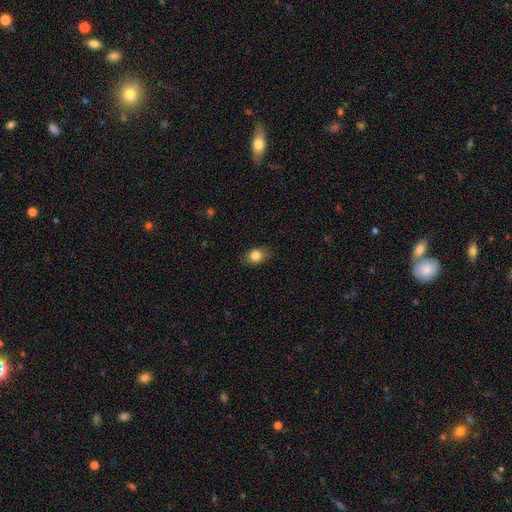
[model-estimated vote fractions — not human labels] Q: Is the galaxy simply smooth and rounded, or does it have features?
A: smooth — 82%.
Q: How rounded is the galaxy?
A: in between — 61%.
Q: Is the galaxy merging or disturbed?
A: none — 84%.